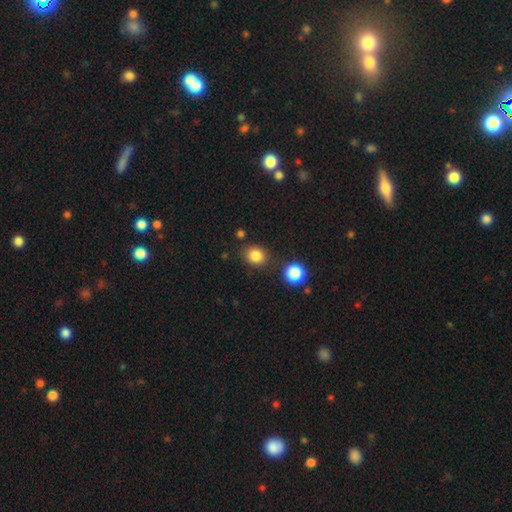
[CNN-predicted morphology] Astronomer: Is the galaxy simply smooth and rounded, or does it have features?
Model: smooth — 83%.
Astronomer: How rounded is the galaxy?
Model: round — 62% (runner-up: in between, 37%).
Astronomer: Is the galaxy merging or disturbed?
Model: none — 81%.